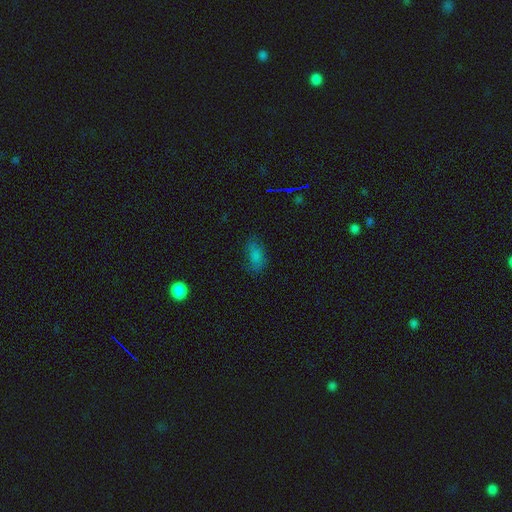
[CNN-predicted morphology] smooth 76%, star or artifact 14%, featured or disk 10%. Down the decision tree: how rounded — in between (89%); merging — none (65%).